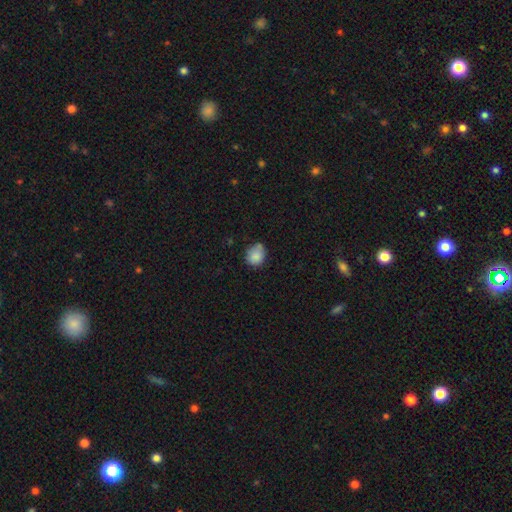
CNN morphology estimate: A smooth galaxy with no disk features (84%) that is round (71%).

Vote fractions:
- Smooth or featured? smooth: 84% / star or artifact: 9% / featured or disk: 7%
- How rounded? round: 71% / in between: 28% / cigar-shaped: 1%
- Merging? none: 61% / minor disturbance: 27% / merger: 6% / major disturbance: 5%